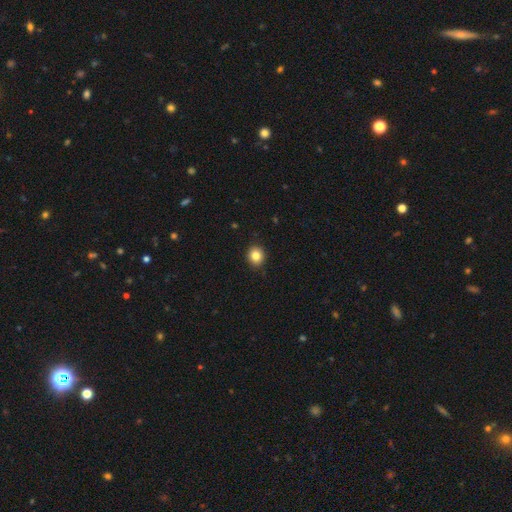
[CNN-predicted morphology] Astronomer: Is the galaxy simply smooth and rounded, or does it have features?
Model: smooth — 84%.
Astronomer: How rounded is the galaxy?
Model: round — 79%.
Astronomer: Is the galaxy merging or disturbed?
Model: none — 91%.